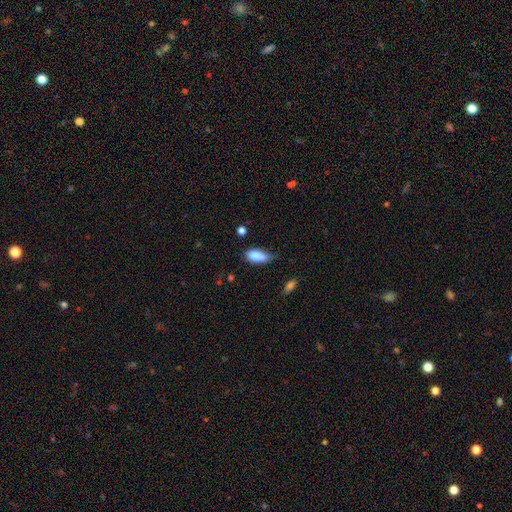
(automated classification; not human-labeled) A smooth galaxy with no disk features (80%) that is in between round and cigar-shaped (85%).

Vote fractions:
- Smooth or featured? smooth: 80% / featured or disk: 12% / star or artifact: 8%
- How rounded? in between: 85% / cigar-shaped: 11% / round: 4%
- Merging? minor disturbance: 42% / none: 36% / major disturbance: 14% / merger: 8%